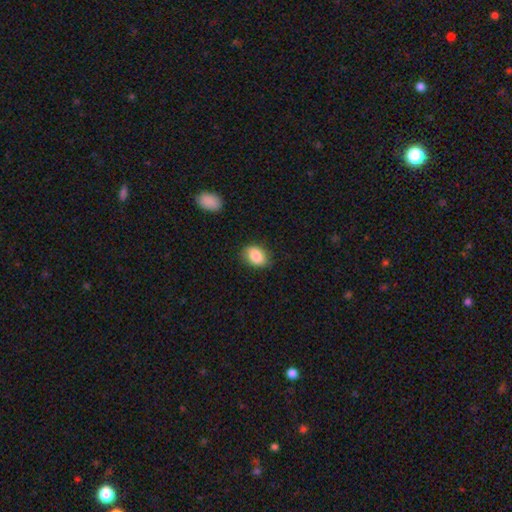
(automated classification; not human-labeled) smooth 86%, star or artifact 7%, featured or disk 6%. Down the decision tree: how rounded — in between (73%); merging — none (80%).